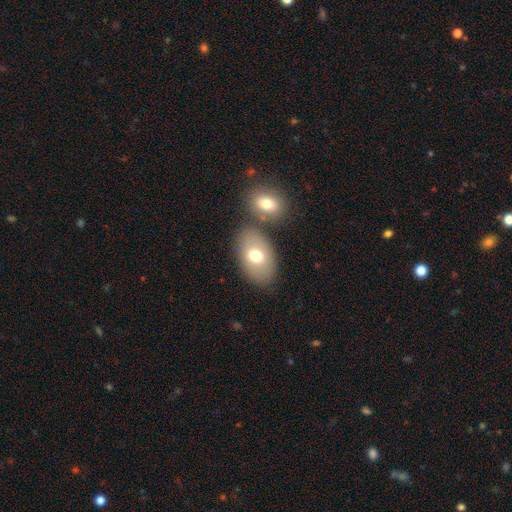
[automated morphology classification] smooth_or_featured: smooth (p=0.70) [alt: featured or disk p=0.21]
how_rounded: in between (p=0.86) [alt: round p=0.12]
merging: none (p=0.67) [alt: merger p=0.17]